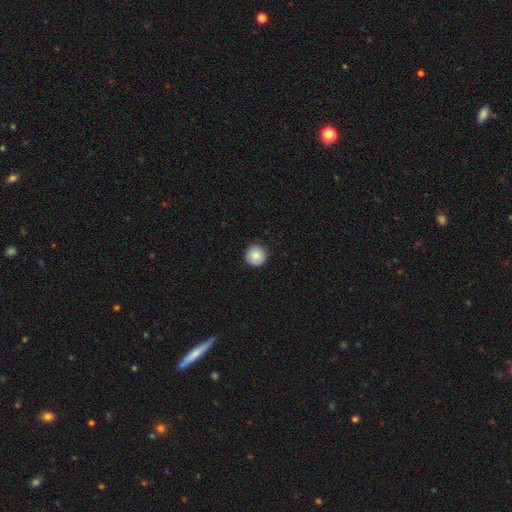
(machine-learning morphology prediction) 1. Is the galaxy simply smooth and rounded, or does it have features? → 84% smooth, 8% featured or disk, 8% star or artifact.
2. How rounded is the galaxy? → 96% round, 3% in between, 1% cigar-shaped.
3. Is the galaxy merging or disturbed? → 92% none, 6% minor disturbance, 1% major disturbance, 1% merger.